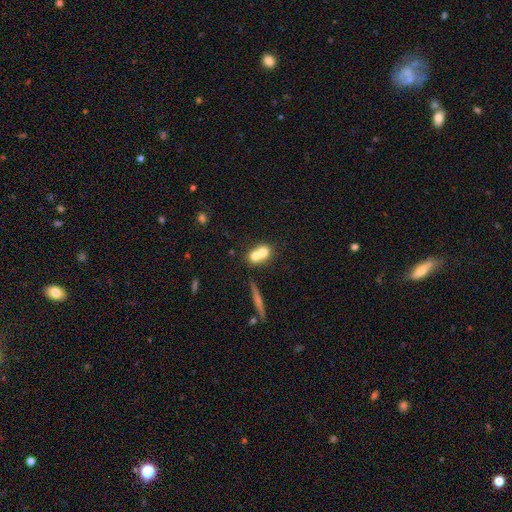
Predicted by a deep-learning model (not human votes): smooth 68%, featured or disk 22%, star or artifact 10%. Down the decision tree: how rounded — round (66%); merging — merger (65%).